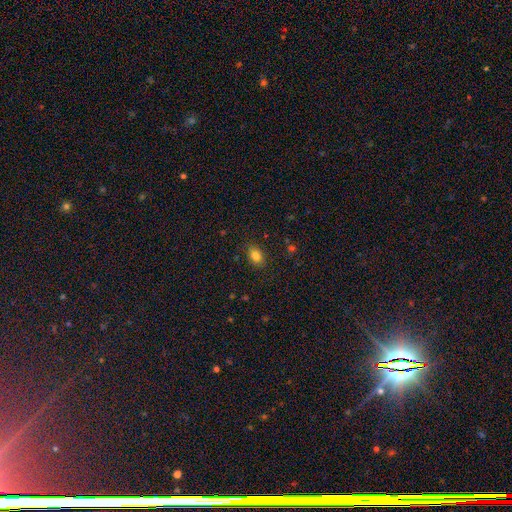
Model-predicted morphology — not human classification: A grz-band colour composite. It shows a smooth galaxy with no disk features (83%) that is in between round and cigar-shaped (78%). Merging: none (85%).